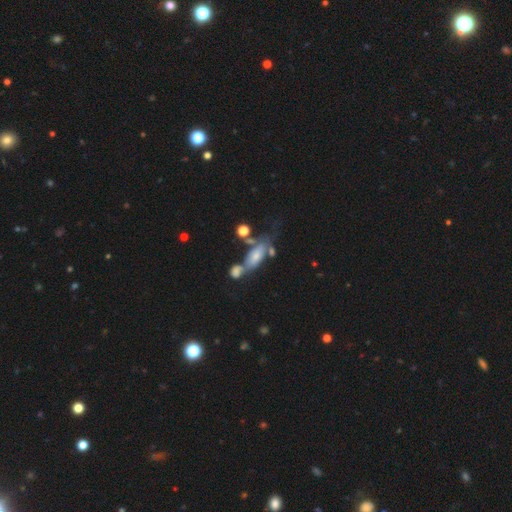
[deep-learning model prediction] Smooth or featured? Predicted: smooth (p=0.54). How rounded? Predicted: in between (p=0.77). Merging? Predicted: merger (p=0.38).